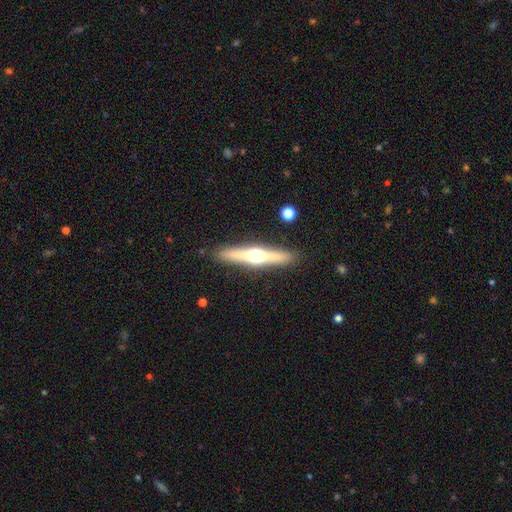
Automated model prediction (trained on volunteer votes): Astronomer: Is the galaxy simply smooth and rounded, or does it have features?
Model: featured or disk — 66%.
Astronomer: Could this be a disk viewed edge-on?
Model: yes — 97%.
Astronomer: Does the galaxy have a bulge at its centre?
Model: rounded — 95%.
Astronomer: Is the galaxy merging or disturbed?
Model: none — 89%.